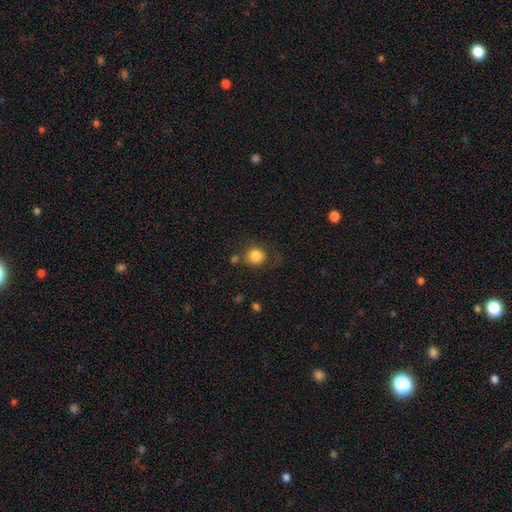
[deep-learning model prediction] This is clearly a smooth galaxy (82%). How rounded: clearly round (83%). Merging: likely none (65%).